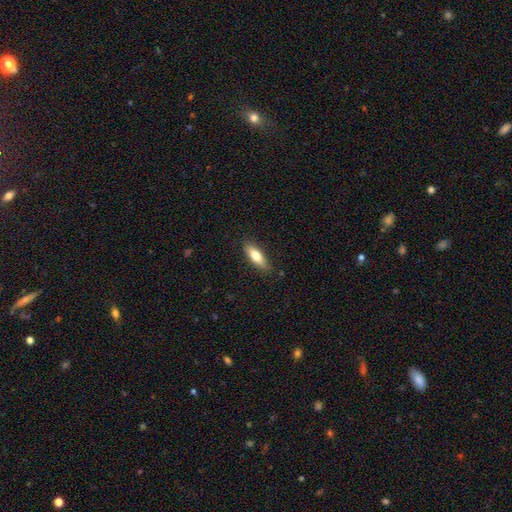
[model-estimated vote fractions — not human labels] Smooth or featured? smooth (71%)
How rounded? in between (60%)
Merging? none (83%)